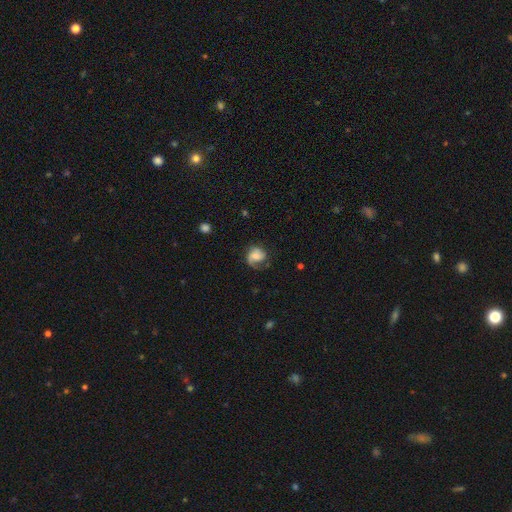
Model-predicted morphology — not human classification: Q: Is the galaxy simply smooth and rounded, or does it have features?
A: featured or disk — 60%.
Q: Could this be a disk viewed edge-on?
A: no — 98%.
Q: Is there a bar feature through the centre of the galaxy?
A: no — 58%.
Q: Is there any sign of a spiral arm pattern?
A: yes — 90%.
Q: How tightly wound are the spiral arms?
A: medium — 42%.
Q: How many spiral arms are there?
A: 2 — 51%.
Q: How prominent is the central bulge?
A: moderate — 48%.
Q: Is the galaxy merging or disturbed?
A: none — 59%.